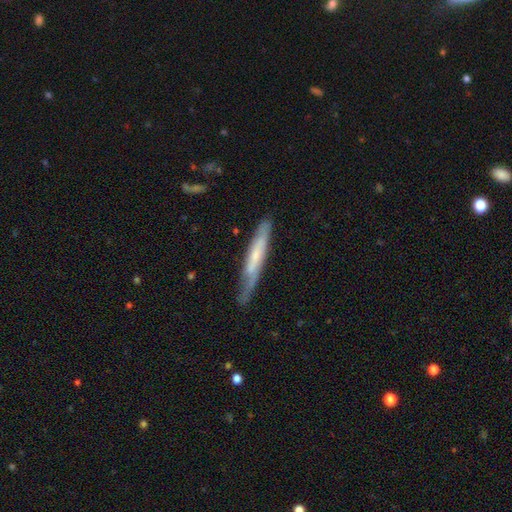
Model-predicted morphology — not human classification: This appears to be a featured or disk galaxy (54%) viewed edge-on (78%). Merging: none (67%).